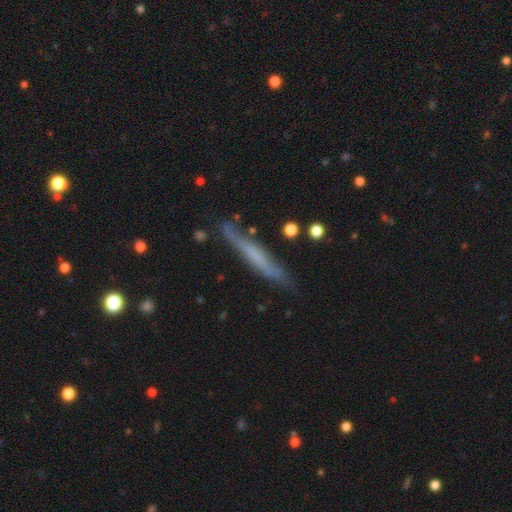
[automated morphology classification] smooth-or-featured: featured or disk: 51% | smooth: 41% | star or artifact: 7%
  disk-edge-on: yes: 87% | no: 13%
  merging: none: 73% | minor disturbance: 19% | major disturbance: 4% | merger: 3%